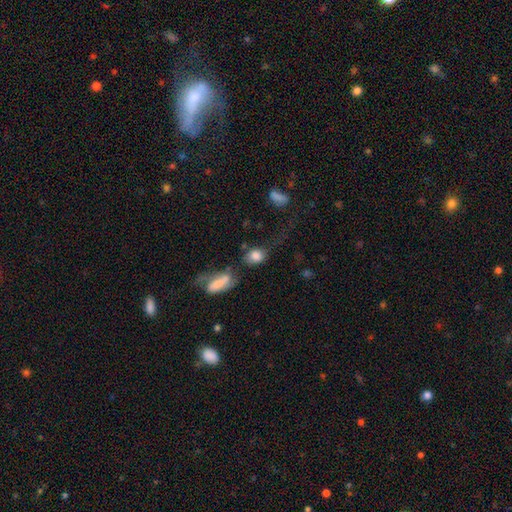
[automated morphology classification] smooth-or-featured: smooth: 81% | featured or disk: 11% | star or artifact: 8%
  how-rounded: in between: 66% | round: 31% | cigar-shaped: 3%
  merging: none: 46% | minor disturbance: 20% | merger: 18% | major disturbance: 16%